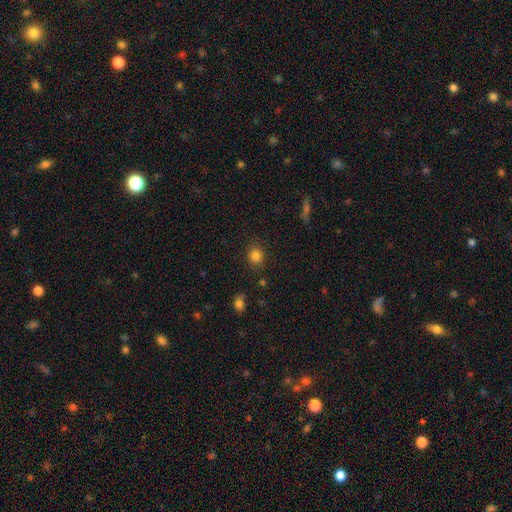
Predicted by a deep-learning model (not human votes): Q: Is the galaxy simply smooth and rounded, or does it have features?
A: smooth — 83%.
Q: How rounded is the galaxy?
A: round — 76%.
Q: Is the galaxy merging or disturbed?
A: none — 85%.